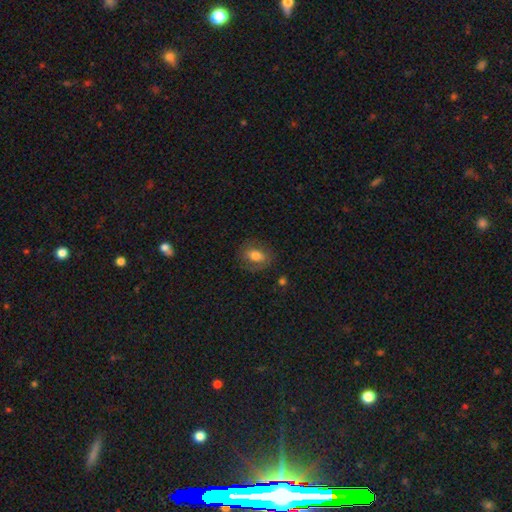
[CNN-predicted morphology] This is likely a smooth galaxy (72%). How rounded: likely in between (69%). Merging: likely none (78%).